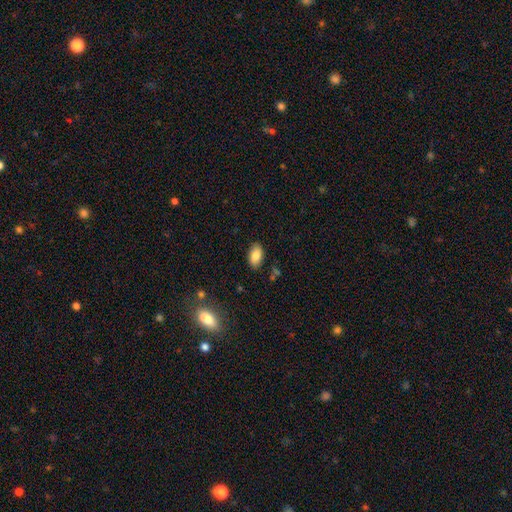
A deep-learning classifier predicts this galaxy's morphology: This appears to be a smooth galaxy with no disk features (83%) that is in between round and cigar-shaped (93%). Merging: none (85%).